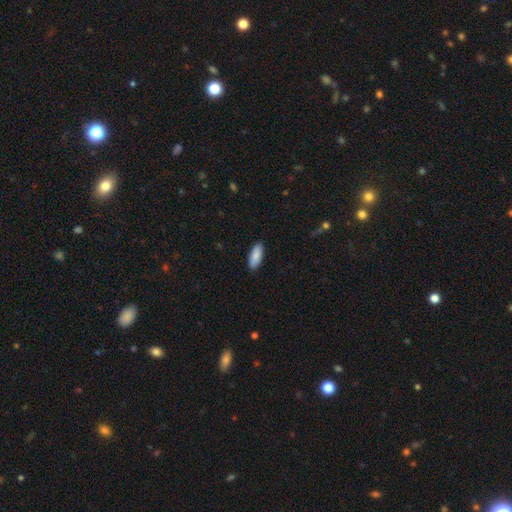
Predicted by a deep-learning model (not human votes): Morphology: type=smooth (88%); roundness=in between (78%); merging=none (90%).